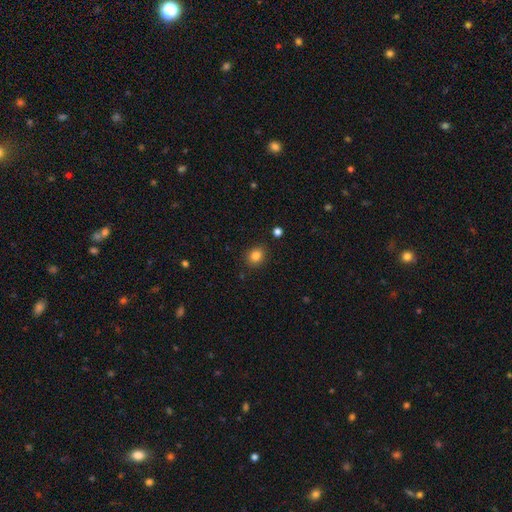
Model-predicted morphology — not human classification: This appears to be a smooth galaxy with no disk features (83%) that is round (68%). Merging: none (88%).